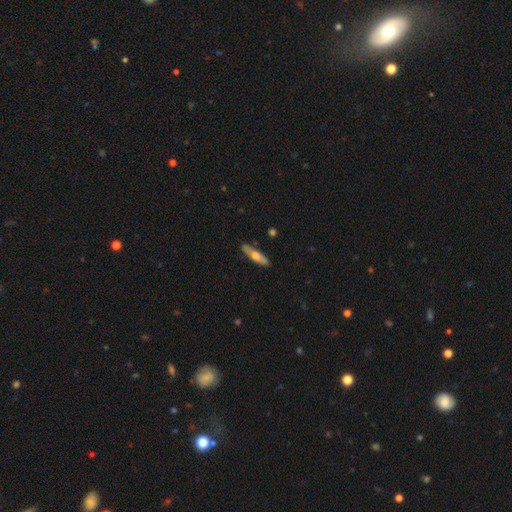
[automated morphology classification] The model was most divided on "smooth or featured": smooth: 52%, featured or disk: 42%, star or artifact: 6%. More confident: merging — none (83%); how rounded — cigar-shaped (67%).